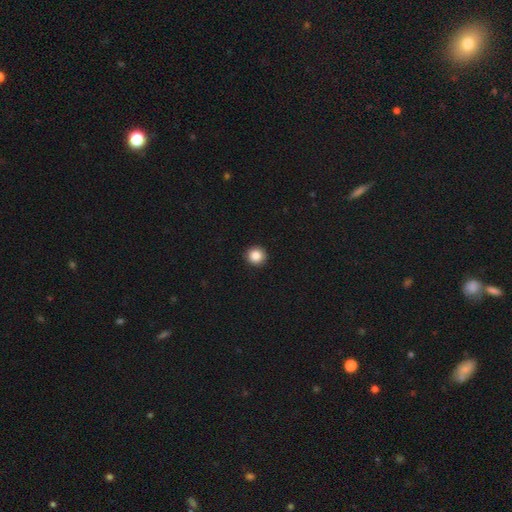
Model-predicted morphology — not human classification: Smooth or featured? smooth (87%)
How rounded? round (94%)
Merging? none (93%)